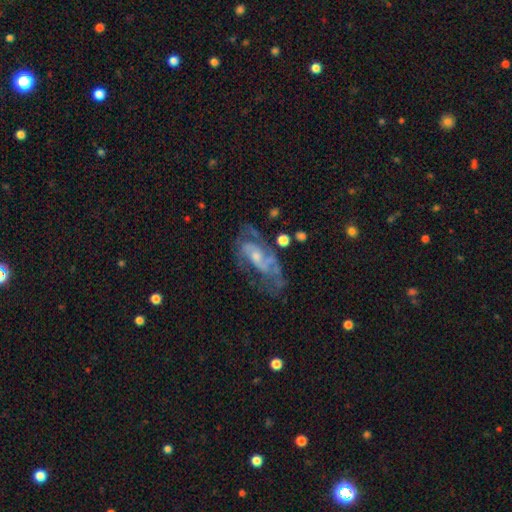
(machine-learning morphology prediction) Q: Smooth or featured?
A: featured or disk (78%); runner-up: smooth (13%)
Q: Edge-on disk?
A: no (94%); runner-up: yes (6%)
Q: Bar?
A: no (53%); runner-up: weak (37%)
Q: Spiral arms?
A: yes (85%); runner-up: no (15%)
Q: Spiral winding?
A: medium (47%); runner-up: tight (31%)
Q: Spiral arm count?
A: 2 (53%); runner-up: can't tell (26%)
Q: Bulge size?
A: small (55%); runner-up: moderate (32%)
Q: Merging?
A: none (51%); runner-up: major disturbance (24%)